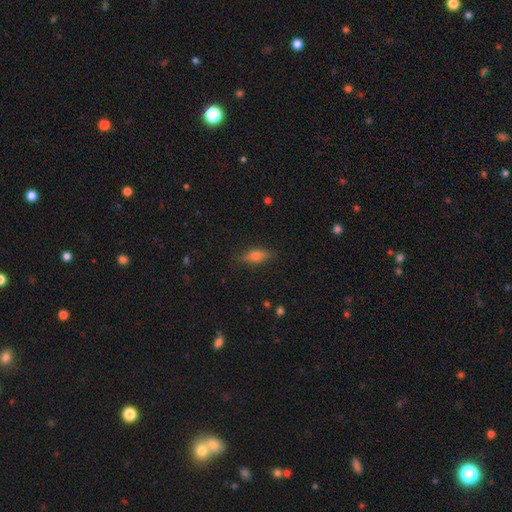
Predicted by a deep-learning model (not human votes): This appears to be a smooth galaxy with no disk features (58%) that is in between round and cigar-shaped (61%). Merging: none (82%).